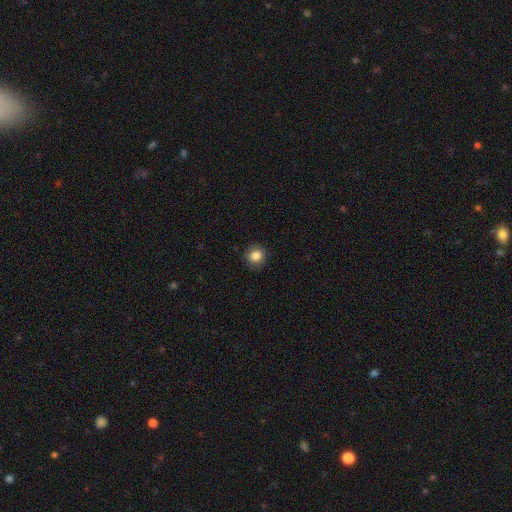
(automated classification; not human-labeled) Smooth or featured? smooth (85%)
How rounded? round (87%)
Merging? none (89%)